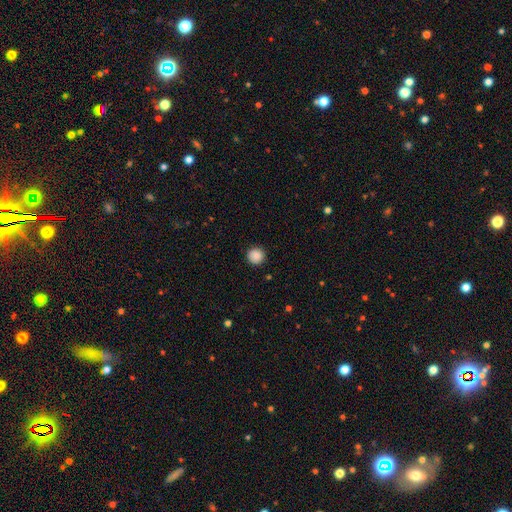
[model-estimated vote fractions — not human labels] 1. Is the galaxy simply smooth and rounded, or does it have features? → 88% smooth, 9% star or artifact, 3% featured or disk.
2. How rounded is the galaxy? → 95% round, 4% in between, 1% cigar-shaped.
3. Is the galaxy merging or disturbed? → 92% none, 6% minor disturbance, 2% major disturbance, 1% merger.